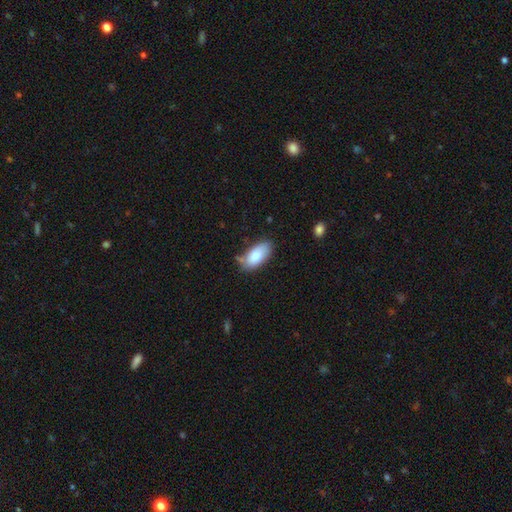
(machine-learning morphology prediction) smooth_or_featured: smooth (p=0.81) [alt: featured or disk p=0.13]
how_rounded: in between (p=0.93) [alt: cigar-shaped p=0.04]
merging: none (p=0.67) [alt: minor disturbance p=0.23]